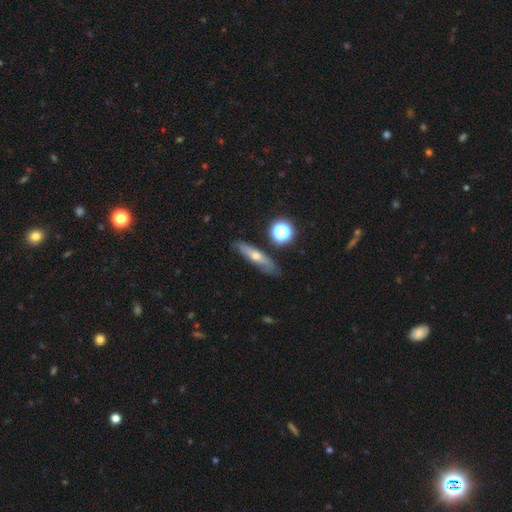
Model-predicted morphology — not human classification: This appears to be a smooth galaxy with no disk features (47%). Merging: none (82%).